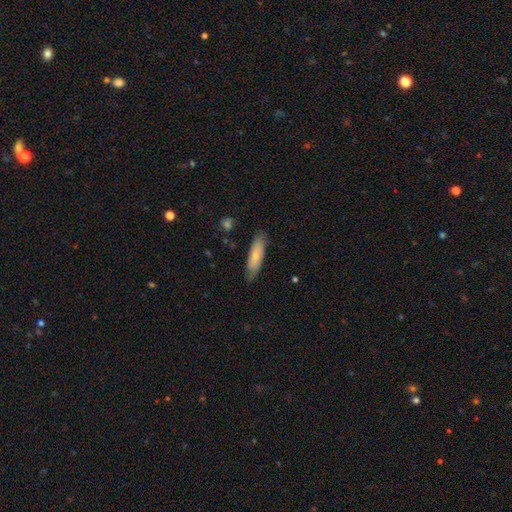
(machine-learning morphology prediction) This is likely a smooth galaxy (66%). How rounded: possibly cigar-shaped (54%). Merging: likely none (77%).